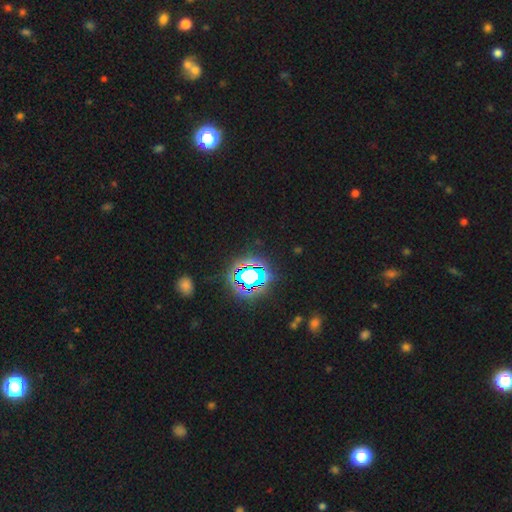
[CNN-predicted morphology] Overall: star or artifact (81%).